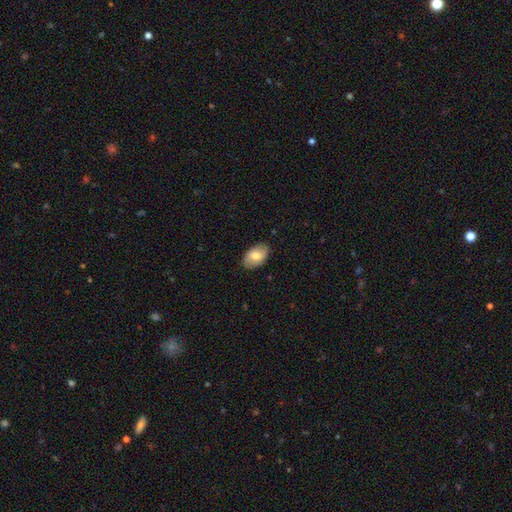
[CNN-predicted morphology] This is likely a smooth galaxy (72%). How rounded: clearly in between (92%). Merging: clearly none (83%).